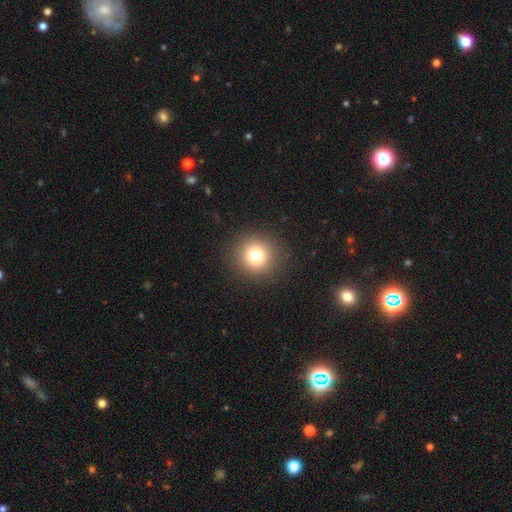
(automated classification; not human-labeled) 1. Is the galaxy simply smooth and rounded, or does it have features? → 77% smooth, 14% star or artifact, 9% featured or disk.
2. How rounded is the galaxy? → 94% round, 5% in between, 1% cigar-shaped.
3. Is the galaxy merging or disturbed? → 92% none, 5% minor disturbance, 2% major disturbance, 1% merger.